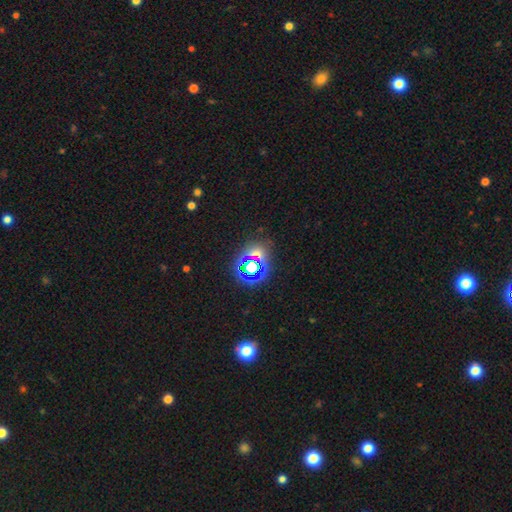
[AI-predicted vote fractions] This appears to be a star or artifact, not a galaxy (61%).